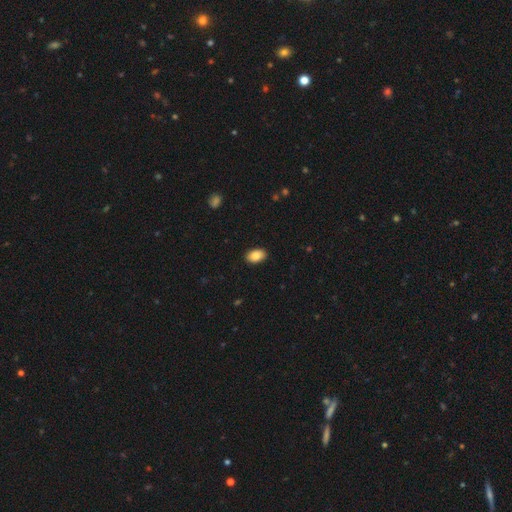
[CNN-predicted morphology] smooth-or-featured: smooth: 87% | star or artifact: 7% | featured or disk: 5%
  how-rounded: in between: 90% | round: 9% | cigar-shaped: 1%
  merging: none: 90% | minor disturbance: 8% | major disturbance: 2% | merger: 1%